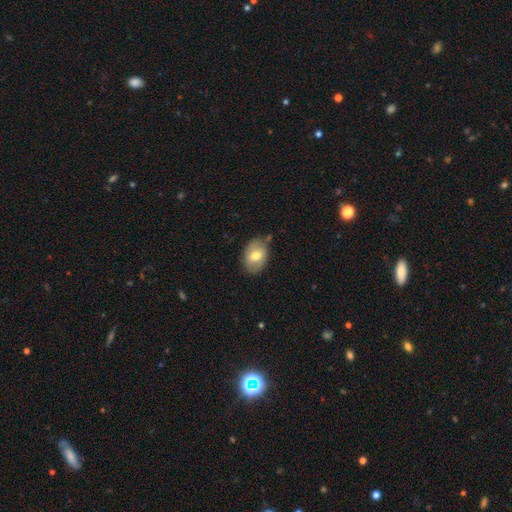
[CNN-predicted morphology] Smooth or featured? smooth (66%)
How rounded? in between (80%)
Merging? none (76%)